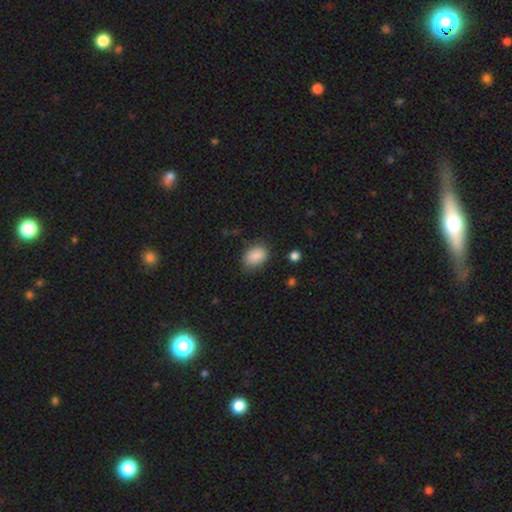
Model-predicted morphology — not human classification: A smooth galaxy with no disk features (88%) that is in between round and cigar-shaped (79%). Merging: none (77%).